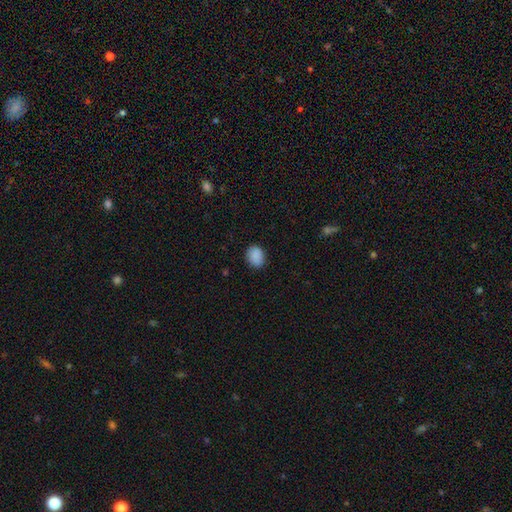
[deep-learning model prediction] A smooth galaxy with no disk features (89%) that is in between round and cigar-shaped (58%). Merging: none (85%).